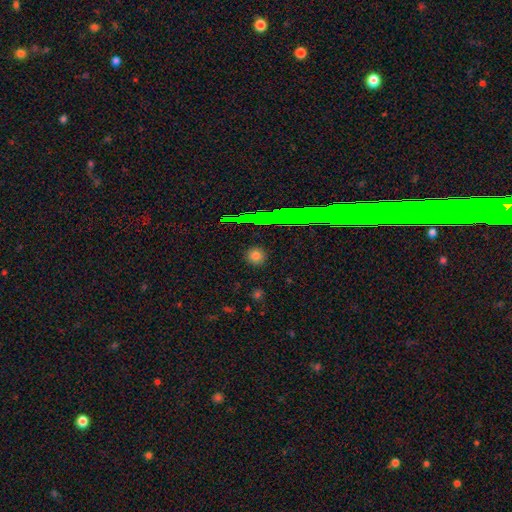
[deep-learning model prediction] smooth 77%, star or artifact 16%, featured or disk 7%. Down the decision tree: how rounded — round (93%); merging — none (90%).